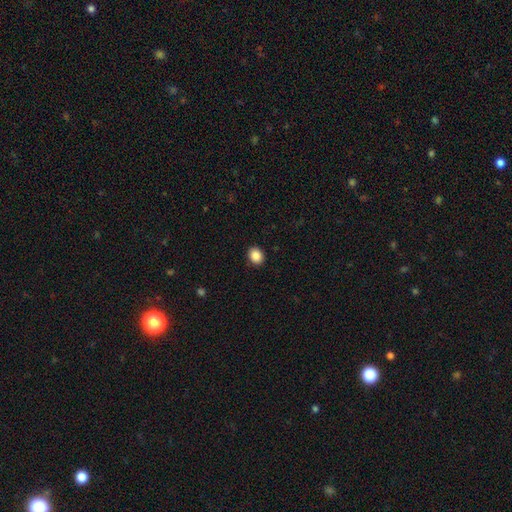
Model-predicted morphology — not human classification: Smooth or featured?
  - smooth: 88% *
  - star or artifact: 9%
  - featured or disk: 3%
How rounded?
  - round: 62% *
  - in between: 37%
  - cigar-shaped: 1%
Merging?
  - none: 91% *
  - minor disturbance: 6%
  - major disturbance: 2%
  - merger: 1%